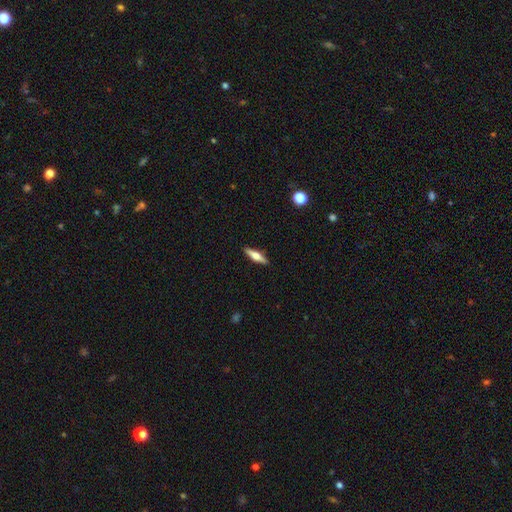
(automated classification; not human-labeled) smooth_or_featured: featured or disk (p=0.51) [alt: smooth p=0.43]
disk_edge_on: yes (p=0.95) [alt: no p=0.05]
merging: none (p=0.90) [alt: minor disturbance p=0.07]